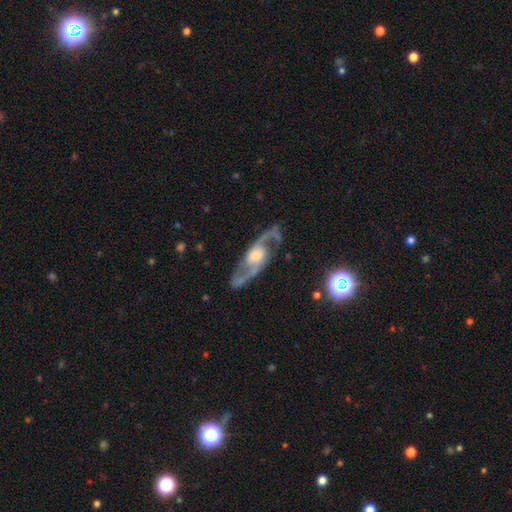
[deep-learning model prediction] The model was most divided on "bar": no: 46%, weak: 39%, strong: 15%. More confident: spiral arms — yes (96%); spiral arm count — 2 (93%); edge-on disk — no (92%); smooth or featured — featured or disk (90%); merging — none (81%); spiral winding — medium (54%); bulge size — moderate (53%).